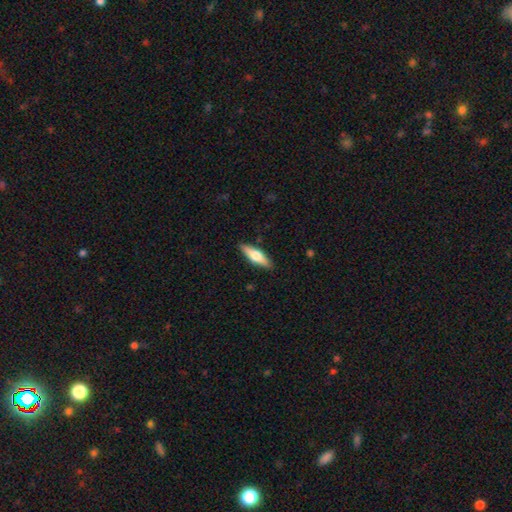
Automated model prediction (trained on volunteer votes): A smooth galaxy with no disk features (57%) that is cigar-shaped (52%). Merging: none (88%).